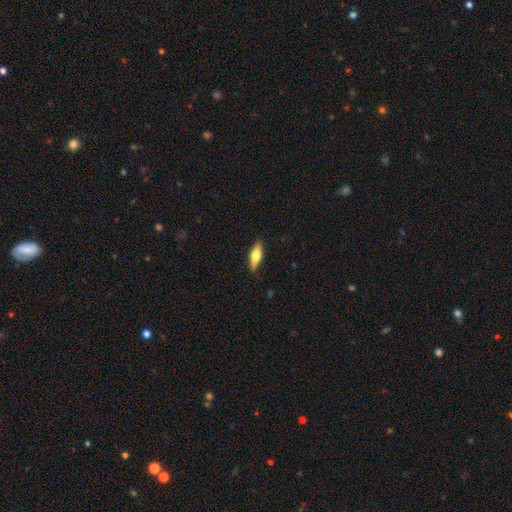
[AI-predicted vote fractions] smooth-or-featured: smooth: 55% | featured or disk: 39% | star or artifact: 6%
  how-rounded: in between: 52% | cigar-shaped: 46% | round: 3%
  merging: none: 86% | minor disturbance: 11% | major disturbance: 2% | merger: 1%